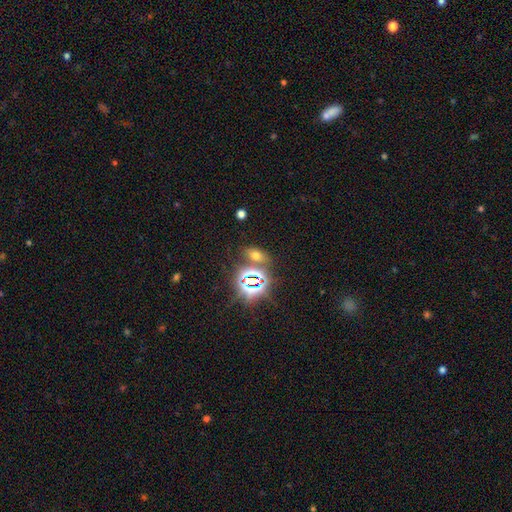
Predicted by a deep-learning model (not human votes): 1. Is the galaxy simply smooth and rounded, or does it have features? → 74% star or artifact, 16% smooth, 9% featured or disk.